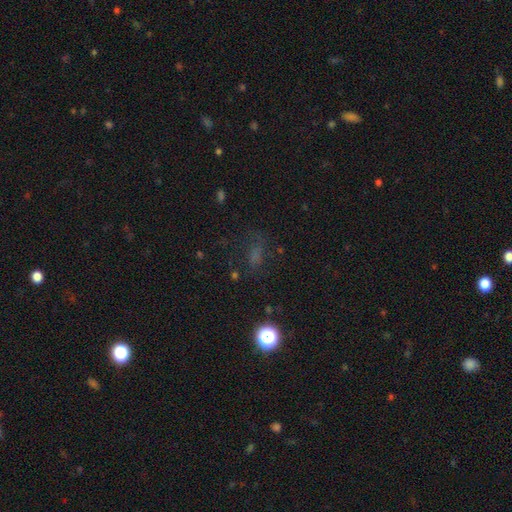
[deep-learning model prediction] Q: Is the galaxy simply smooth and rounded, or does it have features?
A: star or artifact — 48%.